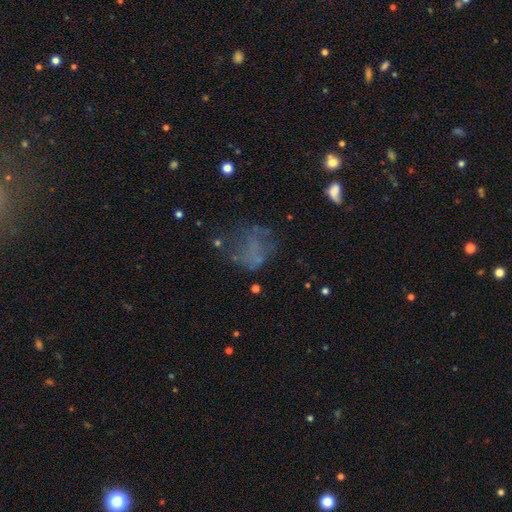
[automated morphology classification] Smooth or featured?
  - smooth: 39% *
  - featured or disk: 37%
  - star or artifact: 24%
Merging?
  - none: 45% *
  - major disturbance: 32%
  - minor disturbance: 19%
  - merger: 5%